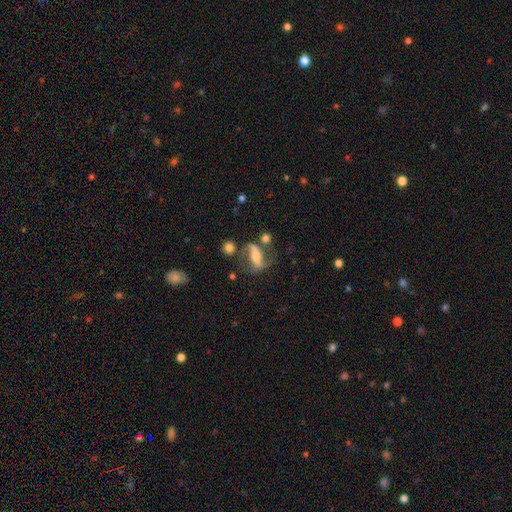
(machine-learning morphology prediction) featured or disk 76%, smooth 16%, star or artifact 8%. Down the decision tree: edge-on disk — no (88%); bar — strong (57%); spiral arms — yes (88%); spiral arm count — 2 (89%); spiral winding — loose (56%); bulge size — moderate (53%); merging — none (59%).